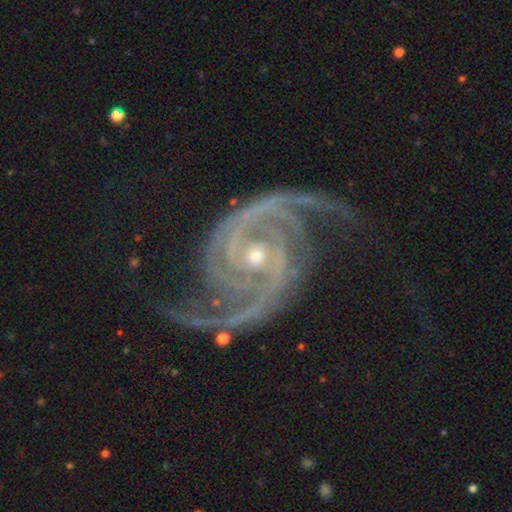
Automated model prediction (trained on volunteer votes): This appears to be a featured or disk galaxy (93%) with no bar (50%), 2 (84%) medium (57%) spiral arms (99%) and a small central bulge (73%). Merging: none (71%).